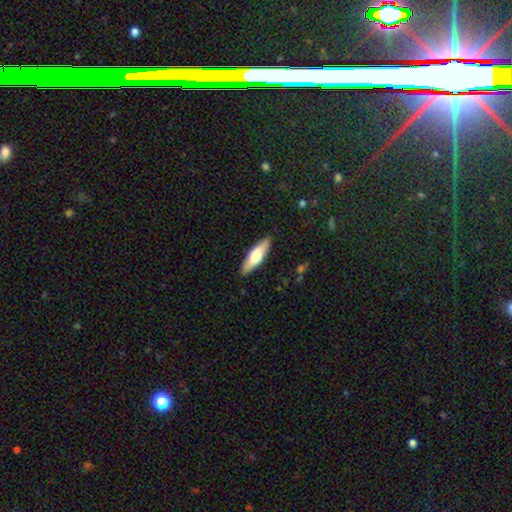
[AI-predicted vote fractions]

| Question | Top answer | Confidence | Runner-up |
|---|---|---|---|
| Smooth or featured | smooth | 62% | featured or disk (33%) |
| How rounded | cigar-shaped | 54% | in between (44%) |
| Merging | none | 89% | minor disturbance (9%) |